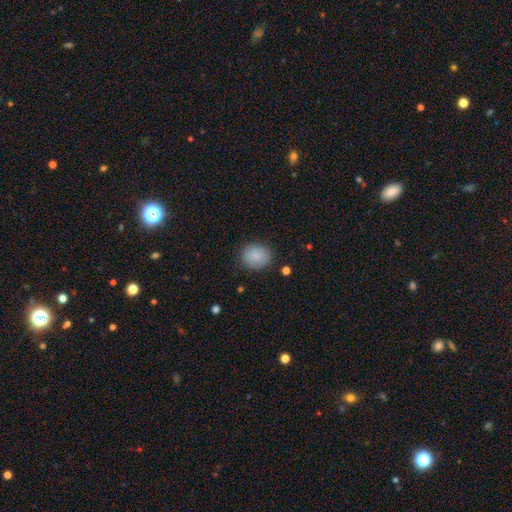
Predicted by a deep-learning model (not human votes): Overall: smooth (87%). How rounded: round (65%; in between 34%). Merging: none (83%).